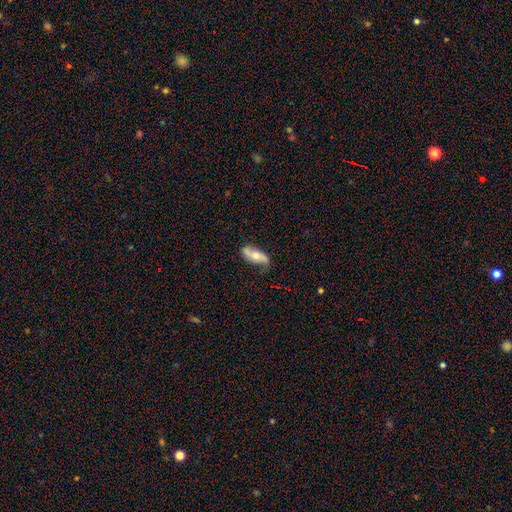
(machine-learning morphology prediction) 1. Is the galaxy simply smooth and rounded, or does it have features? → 57% featured or disk, 37% smooth, 6% star or artifact.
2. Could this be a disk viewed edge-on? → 81% no, 19% yes.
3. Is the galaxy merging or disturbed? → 74% none, 20% minor disturbance, 5% major disturbance, 2% merger.